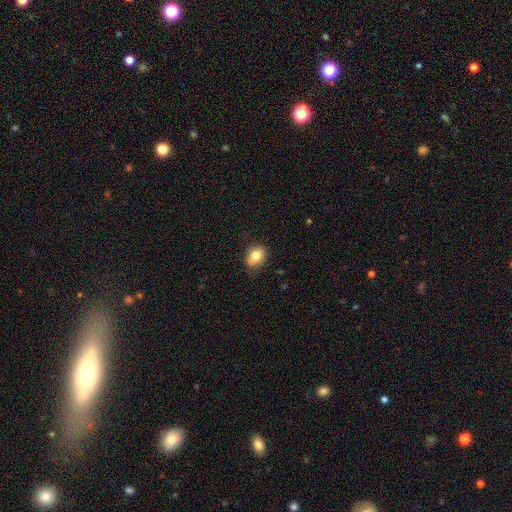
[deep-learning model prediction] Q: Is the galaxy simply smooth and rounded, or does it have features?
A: smooth — 79%.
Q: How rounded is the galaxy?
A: round — 56%.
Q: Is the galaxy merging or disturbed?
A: none — 68%.